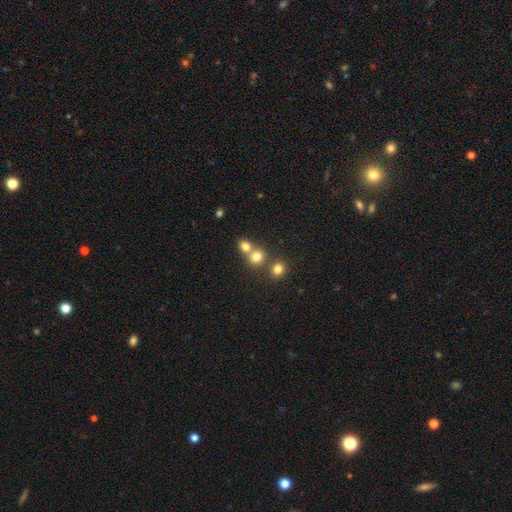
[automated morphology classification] Smooth or featured: smooth — 67% (star or artifact — 21%)
How rounded: round — 83% (in between — 16%)
Merging: none — 49% (merger — 42%)